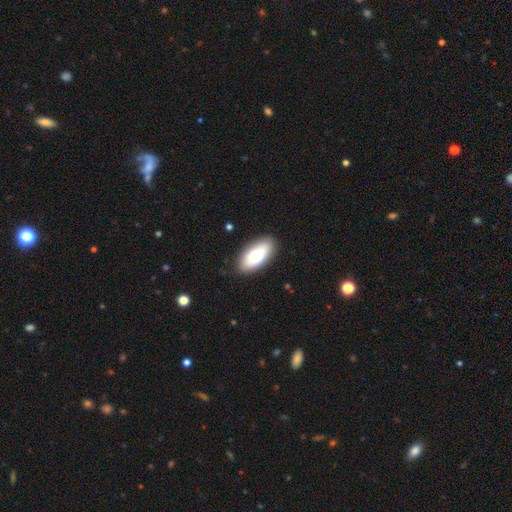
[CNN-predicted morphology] The model was most divided on "smooth or featured": smooth: 68%, featured or disk: 26%, star or artifact: 7%. More confident: how rounded — in between (92%); merging — none (86%).